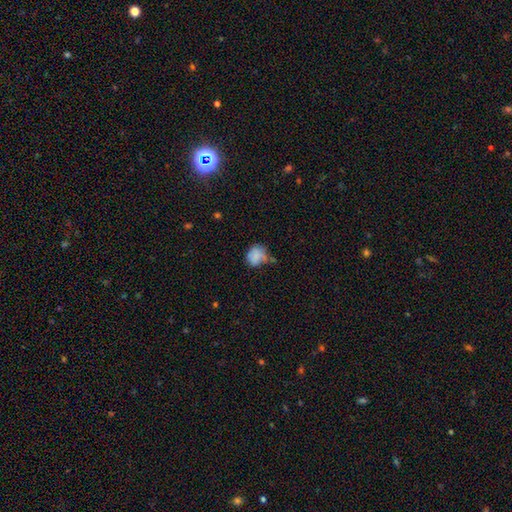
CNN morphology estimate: The model was most divided on "merging": none: 40%, minor disturbance: 37%, major disturbance: 14%, merger: 8%. More confident: smooth or featured — smooth (78%); how rounded — round (64%).